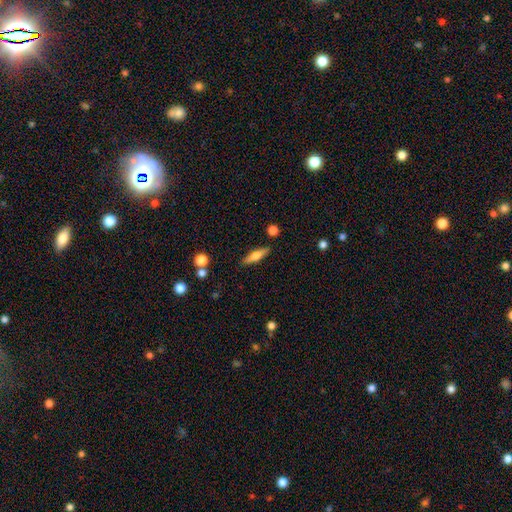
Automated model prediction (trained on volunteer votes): Q: Smooth or featured?
A: smooth (56%); runner-up: featured or disk (37%)
Q: How rounded?
A: cigar-shaped (68%); runner-up: in between (29%)
Q: Merging?
A: none (86%); runner-up: minor disturbance (9%)